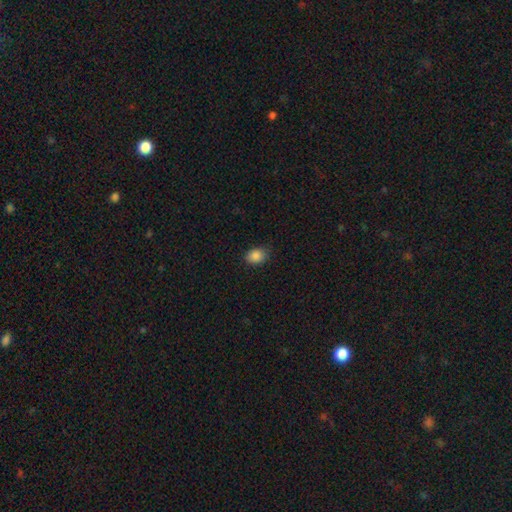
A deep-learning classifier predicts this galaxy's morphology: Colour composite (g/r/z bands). It shows a smooth galaxy with no disk features (87%) that is in between round and cigar-shaped (64%). Merging: none (80%).